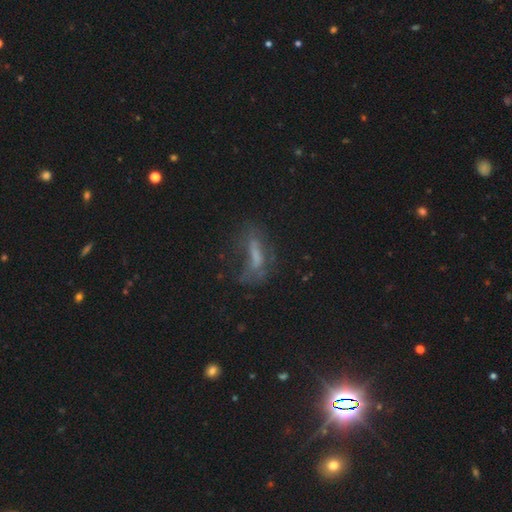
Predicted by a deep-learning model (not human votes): This appears to be a smooth galaxy with no disk features (41%). Merging: none (43%).